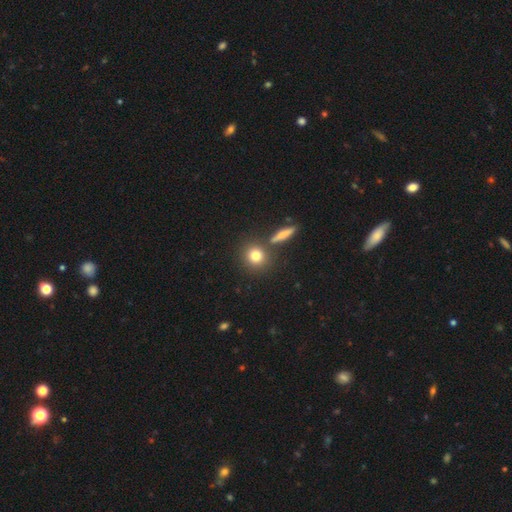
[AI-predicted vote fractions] smooth_or_featured: smooth (p=0.80) [alt: star or artifact p=0.11]
how_rounded: round (p=0.86) [alt: in between p=0.12]
merging: none (p=0.77) [alt: merger p=0.12]